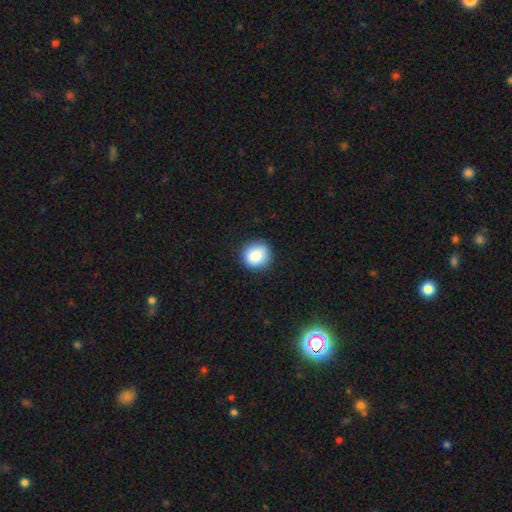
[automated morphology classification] Smooth or featured: smooth — 87% (star or artifact — 9%)
How rounded: round — 89% (in between — 10%)
Merging: none — 89% (minor disturbance — 8%)